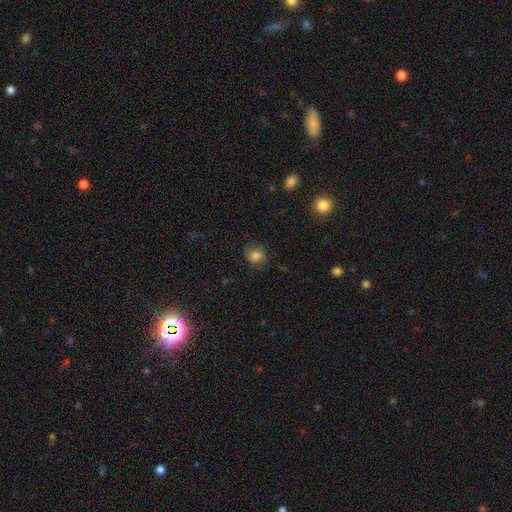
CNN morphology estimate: smooth 72%, featured or disk 16%, star or artifact 12%. Down the decision tree: how rounded — round (68%); merging — none (69%).